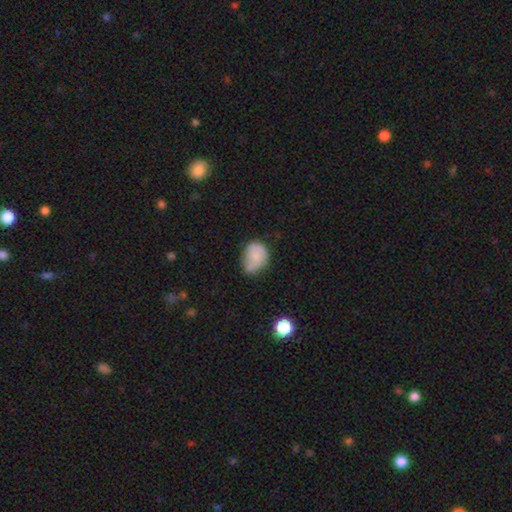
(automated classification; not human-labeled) Smooth or featured? smooth (65%)
How rounded? in between (61%)
Merging? minor disturbance (42%)